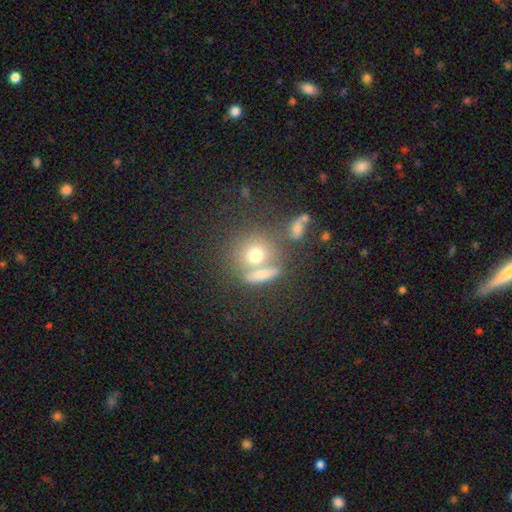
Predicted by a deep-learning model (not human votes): Smooth or featured? Predicted: smooth (p=0.68). How rounded? Predicted: round (p=0.80). Merging? Predicted: none (p=0.53).